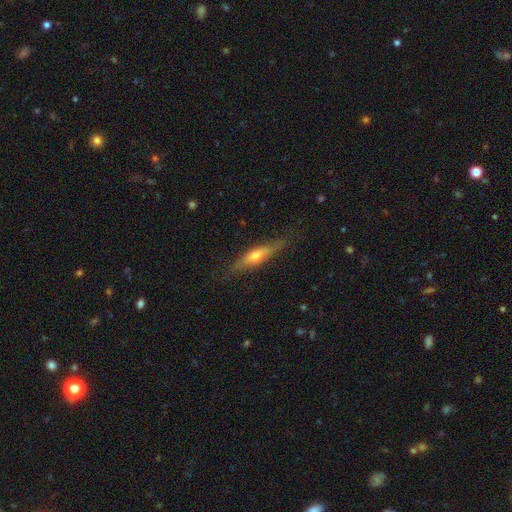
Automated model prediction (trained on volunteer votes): Smooth or featured? Predicted: featured or disk (p=0.52). Edge-on disk? Predicted: yes (p=0.89). Merging? Predicted: none (p=0.82).